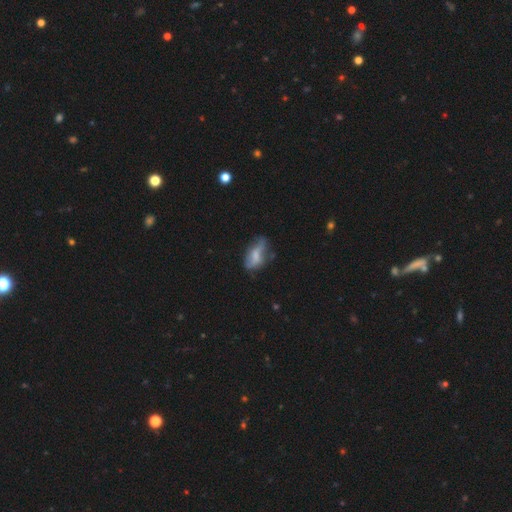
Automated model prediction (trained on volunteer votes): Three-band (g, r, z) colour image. It shows a smooth galaxy with no disk features (52%) that is in between round and cigar-shaped (84%). Merging: none (43%).